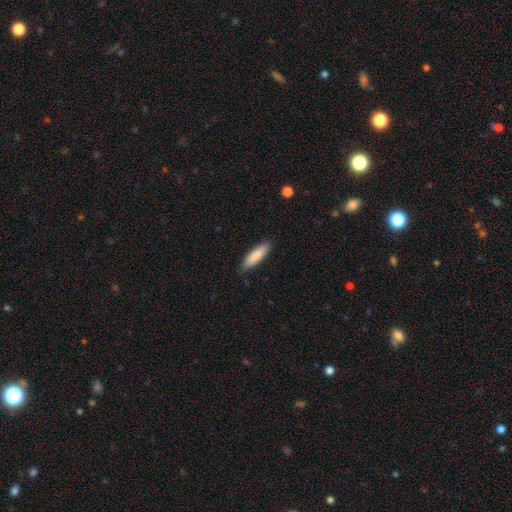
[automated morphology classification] type=smooth (87%); roundness=cigar-shaped (59%); merging=none (87%).